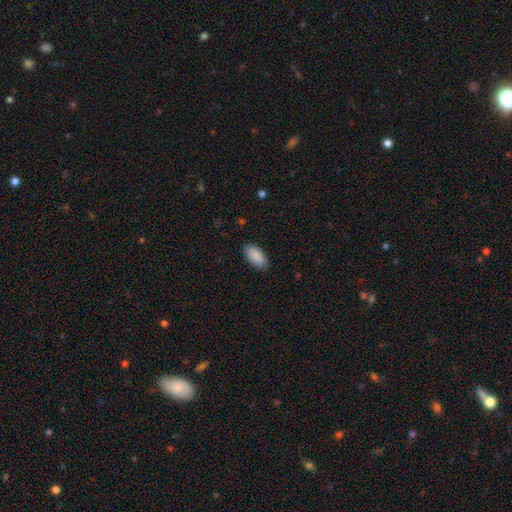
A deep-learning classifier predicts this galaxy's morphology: A smooth galaxy with no disk features (89%) that is in between round and cigar-shaped (93%). Merging: none (84%).